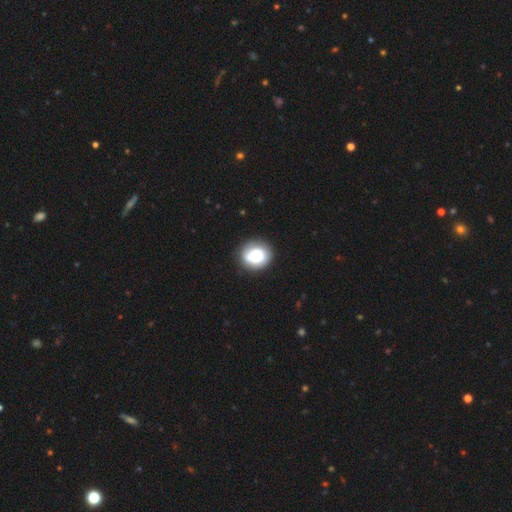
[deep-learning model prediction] This is likely a smooth galaxy (62%). How rounded: likely round (78%). Merging: likely none (77%).